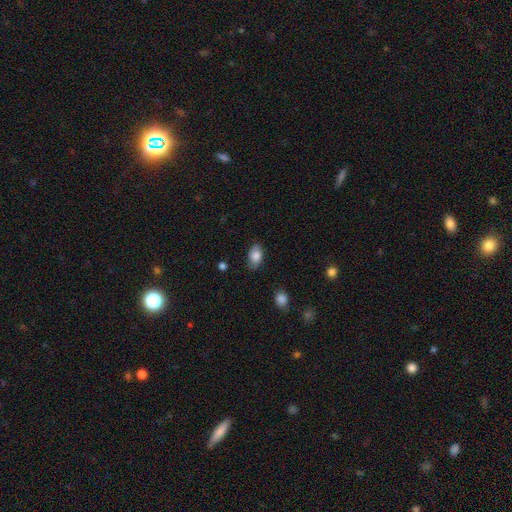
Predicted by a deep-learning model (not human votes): Smooth or featured: smooth — 83% (featured or disk — 10%)
How rounded: in between — 91% (round — 8%)
Merging: none — 81% (minor disturbance — 15%)